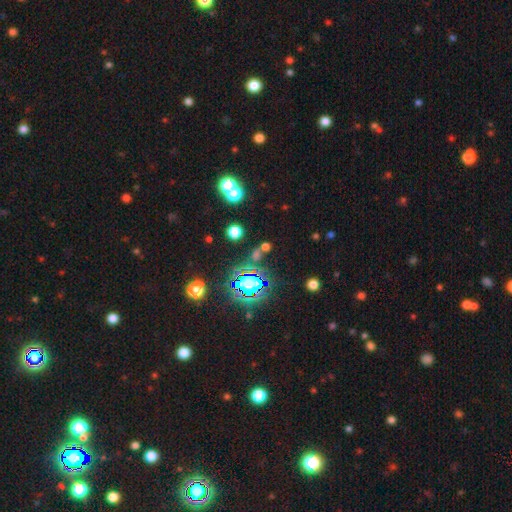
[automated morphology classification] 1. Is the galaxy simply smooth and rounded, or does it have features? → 59% star or artifact, 31% smooth, 10% featured or disk.